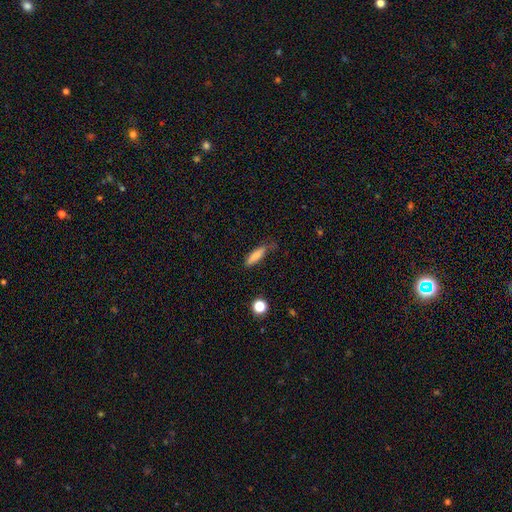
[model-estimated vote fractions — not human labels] A smooth galaxy with no disk features (81%) that is cigar-shaped (64%).

Vote fractions:
- Smooth or featured? smooth: 81% / featured or disk: 11% / star or artifact: 8%
- How rounded? cigar-shaped: 64% / in between: 34% / round: 2%
- Merging? none: 63% / minor disturbance: 27% / major disturbance: 7% / merger: 2%